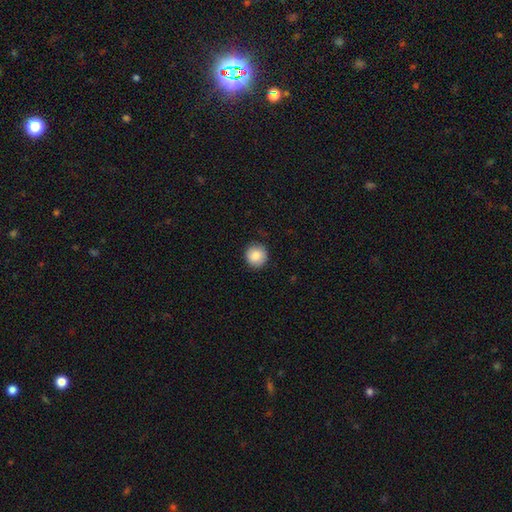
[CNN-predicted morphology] This appears to be a smooth galaxy with no disk features (87%) that is round (93%). Merging: none (89%).